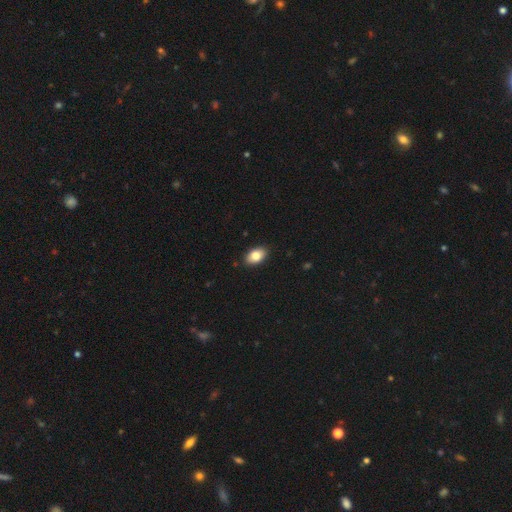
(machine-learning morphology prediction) A smooth galaxy with no disk features (83%) that is in between round and cigar-shaped (91%). Merging: none (89%).